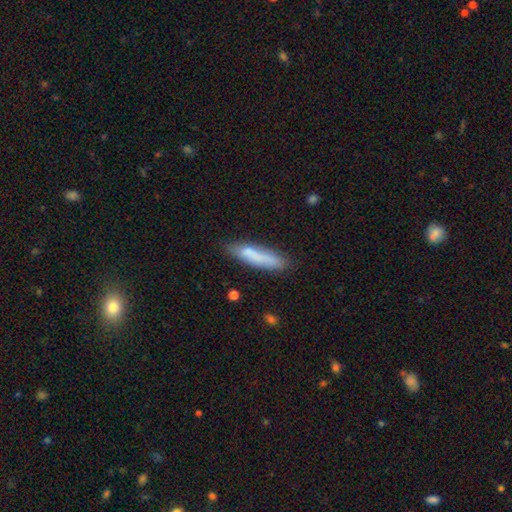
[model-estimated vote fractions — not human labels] Overall: smooth (78%). How rounded: cigar-shaped (80%). Merging: none (75%).